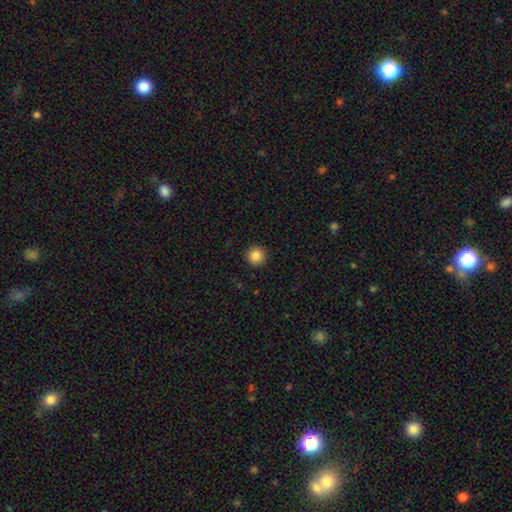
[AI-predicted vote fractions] This is clearly a smooth galaxy (86%). How rounded: clearly round (95%). Merging: clearly none (93%).